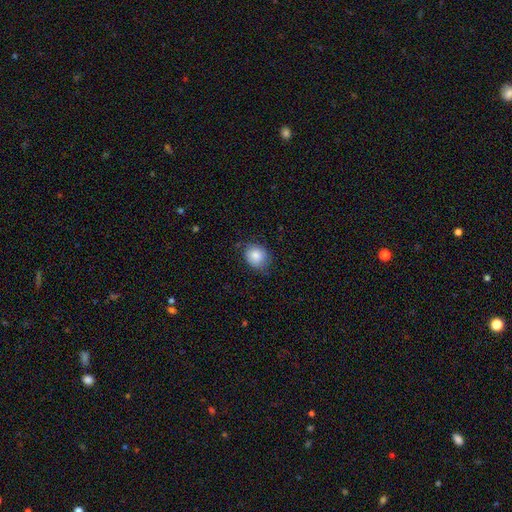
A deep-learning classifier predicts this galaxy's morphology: A smooth galaxy with no disk features (85%) that is round (63%). Merging: none (72%).